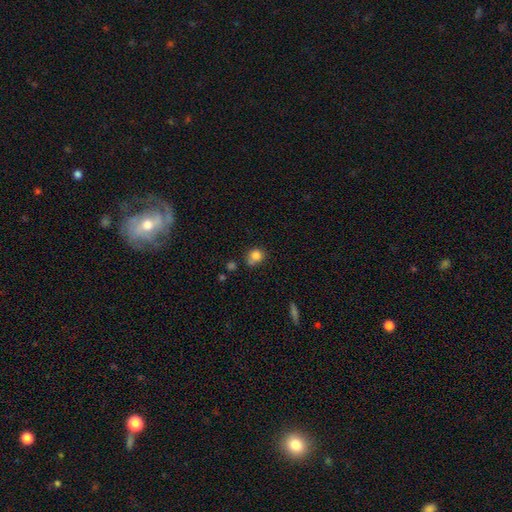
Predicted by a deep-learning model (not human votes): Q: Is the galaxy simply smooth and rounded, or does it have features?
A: smooth — 82%.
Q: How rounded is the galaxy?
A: round — 74%.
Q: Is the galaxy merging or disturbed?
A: none — 53%.